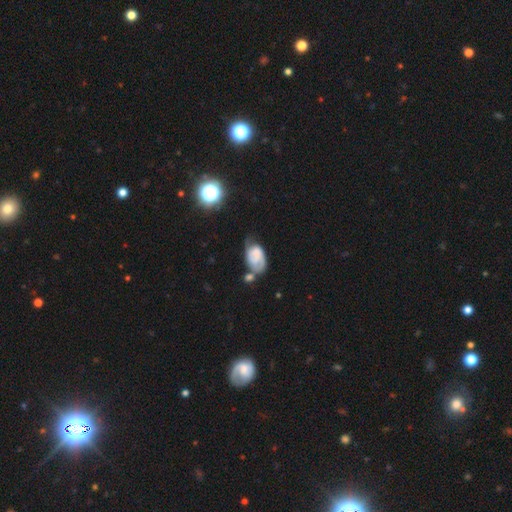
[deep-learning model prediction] Morphology: type=smooth (47%); merging=minor disturbance (30%).